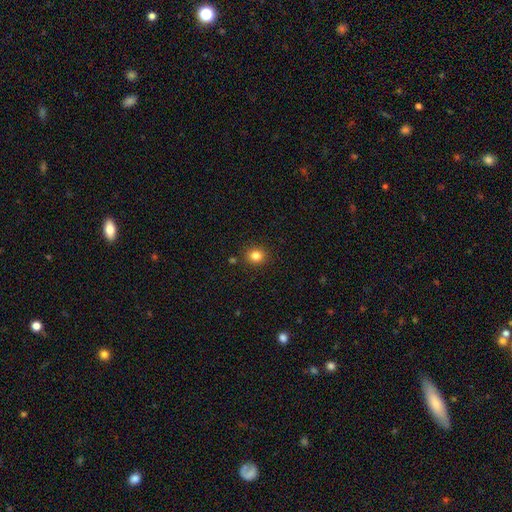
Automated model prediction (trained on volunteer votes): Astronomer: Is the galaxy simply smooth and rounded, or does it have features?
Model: smooth — 82%.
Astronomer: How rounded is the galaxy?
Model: round — 83%.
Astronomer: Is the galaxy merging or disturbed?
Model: none — 88%.